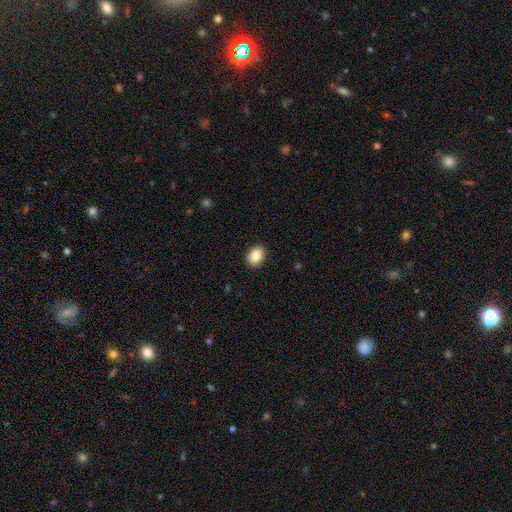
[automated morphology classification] Smooth or featured?
  - smooth: 86% *
  - star or artifact: 8%
  - featured or disk: 6%
How rounded?
  - in between: 62% *
  - round: 37%
  - cigar-shaped: 1%
Merging?
  - none: 90% *
  - minor disturbance: 7%
  - major disturbance: 2%
  - merger: 1%